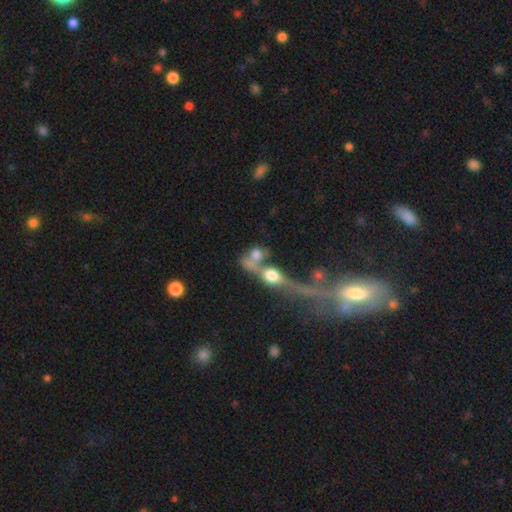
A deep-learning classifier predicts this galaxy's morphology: Smooth or featured?
  - smooth: 53% *
  - featured or disk: 32%
  - star or artifact: 15%
How rounded?
  - round: 46% *
  - in between: 44%
  - cigar-shaped: 10%
Merging?
  - merger: 60% *
  - none: 19%
  - major disturbance: 13%
  - minor disturbance: 8%